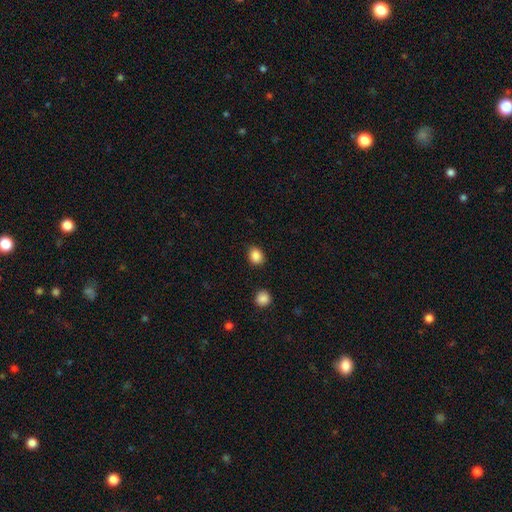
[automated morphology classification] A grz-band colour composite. It shows a smooth galaxy with no disk features (87%) that is in between round and cigar-shaped (53%). Merging: none (84%).